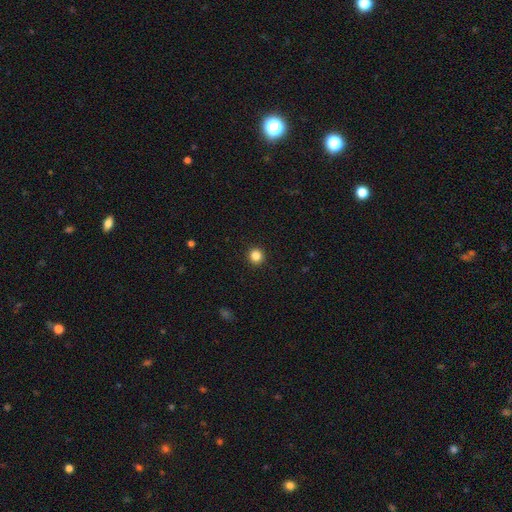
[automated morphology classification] A smooth galaxy with no disk features (85%) that is round (94%). Merging: none (93%).